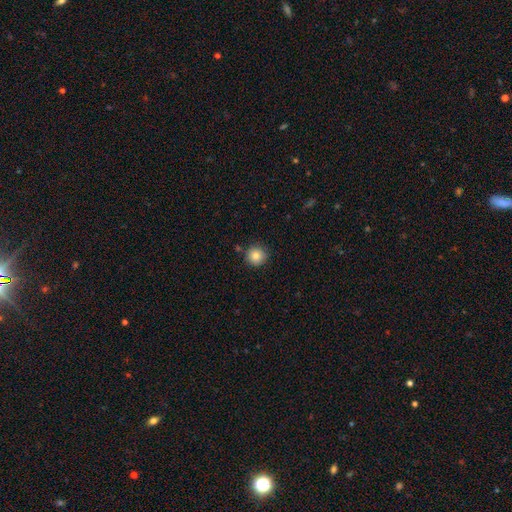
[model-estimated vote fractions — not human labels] Morphology: type=smooth (83%); roundness=round (95%); merging=none (86%).